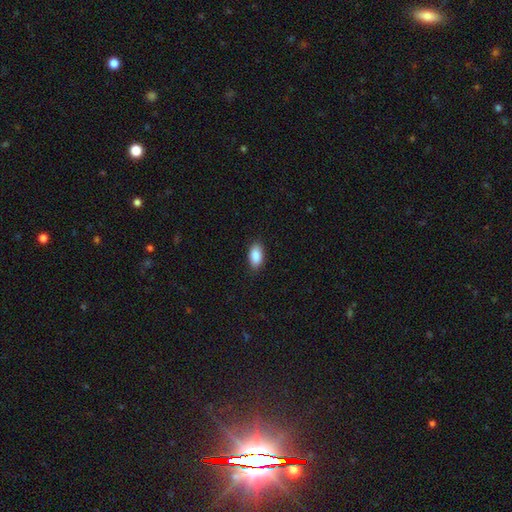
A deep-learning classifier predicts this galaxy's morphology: This appears to be a smooth galaxy with no disk features (89%) that is in between round and cigar-shaped (93%). Merging: none (86%).